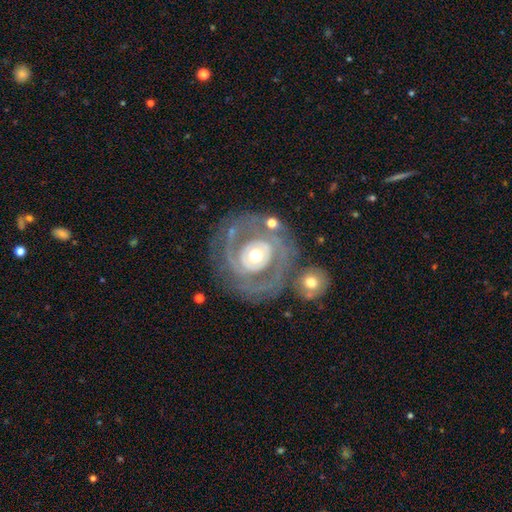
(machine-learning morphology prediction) Smooth or featured?
  - featured or disk: 85% *
  - smooth: 9%
  - star or artifact: 6%
Edge-on disk?
  - no: 97% *
  - yes: 3%
Bar?
  - no: 54% *
  - weak: 29%
  - strong: 17%
Spiral arms?
  - yes: 86% *
  - no: 14%
Spiral winding?
  - tight: 66% *
  - medium: 27%
  - loose: 7%
Spiral arm count?
  - 2: 58% *
  - can't tell: 18%
  - 3: 11%
  - 1: 6%
  - 4: 3%
  - more than 4: 3%
Bulge size?
  - moderate: 55% *
  - small: 38%
  - large: 5%
  - dominant: 1%
  - none: 1%
Merging?
  - none: 70% *
  - minor disturbance: 14%
  - major disturbance: 8%
  - merger: 8%